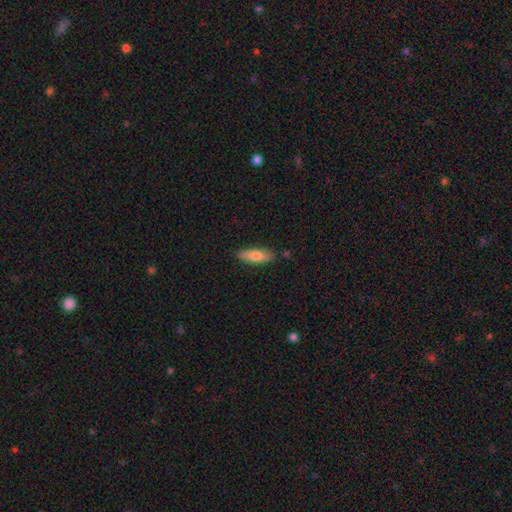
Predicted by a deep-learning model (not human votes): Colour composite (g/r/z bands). It shows a smooth galaxy with no disk features (76%) that is in between round and cigar-shaped (54%). Merging: none (84%).